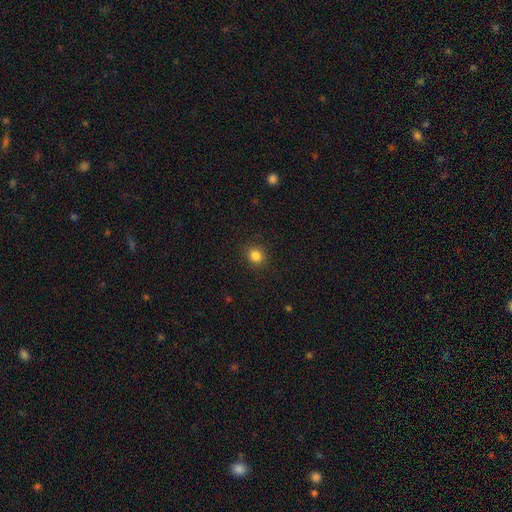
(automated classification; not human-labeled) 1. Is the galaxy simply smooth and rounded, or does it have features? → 84% smooth, 12% star or artifact, 4% featured or disk.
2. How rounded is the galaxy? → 79% round, 20% in between, 1% cigar-shaped.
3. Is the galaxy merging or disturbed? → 90% none, 7% minor disturbance, 2% major disturbance, 1% merger.